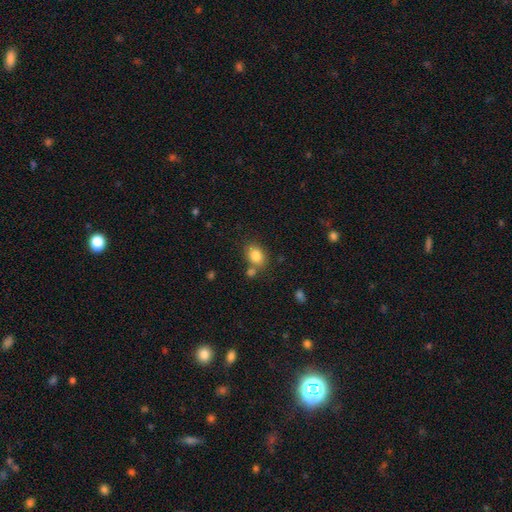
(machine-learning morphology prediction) smooth_or_featured: smooth (p=0.83) [alt: star or artifact p=0.09]
how_rounded: in between (p=0.74) [alt: round p=0.25]
merging: none (p=0.66) [alt: merger p=0.17]